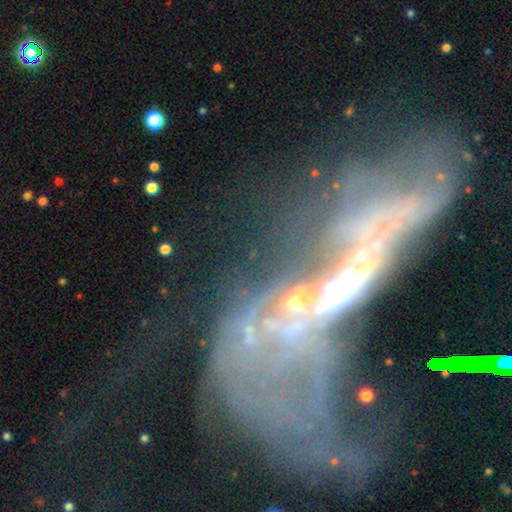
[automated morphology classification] Q: Smooth or featured?
A: featured or disk (66%); runner-up: star or artifact (19%)
Q: Edge-on disk?
A: no (83%); runner-up: yes (17%)
Q: Bar?
A: no (72%); runner-up: weak (15%)
Q: Spiral arms?
A: no (67%); runner-up: yes (33%)
Q: Bulge size?
A: none (36%); runner-up: small (29%)
Q: Merging?
A: merger (40%); runner-up: major disturbance (39%)